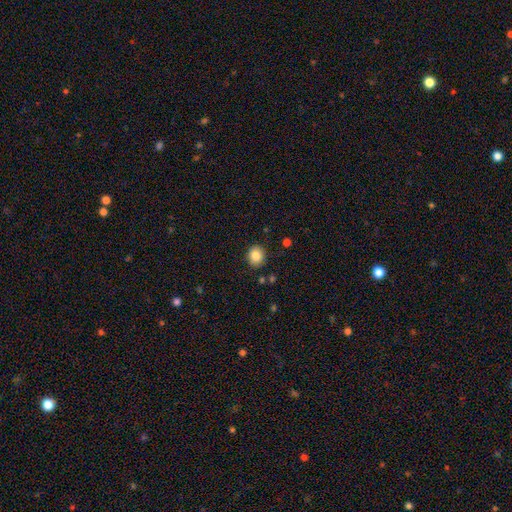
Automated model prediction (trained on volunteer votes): This is clearly a smooth galaxy (84%). How rounded: likely round (75%). Merging: clearly none (88%).